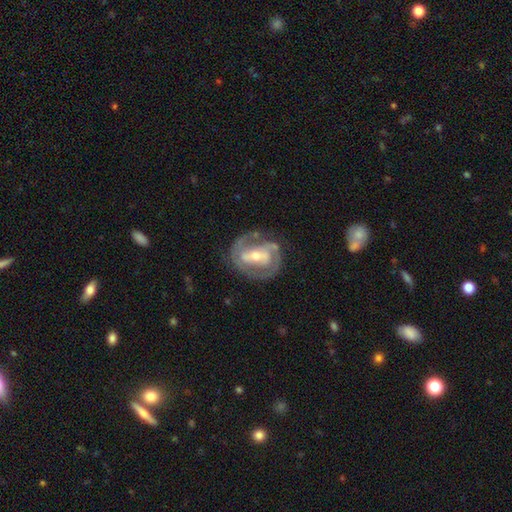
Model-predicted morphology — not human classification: This is clearly a featured or disk galaxy (86%). It is clearly not viewed edge-on (97%). Bar: marginally strong (43%). Spiral arm pattern: clearly yes (90%). Spiral arm count: likely 2 (65%). Spiral winding: possibly tight (50%). Central bulge: possibly moderate (52%). Merging: likely none (69%).